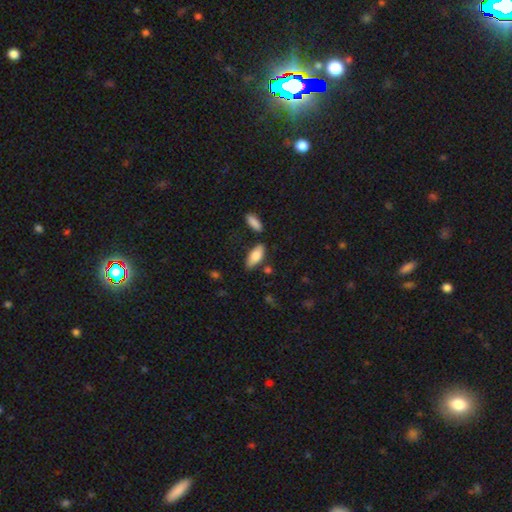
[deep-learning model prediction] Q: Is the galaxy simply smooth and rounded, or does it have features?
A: smooth — 81%.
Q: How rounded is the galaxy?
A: in between — 79%.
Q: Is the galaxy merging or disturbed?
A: none — 76%.